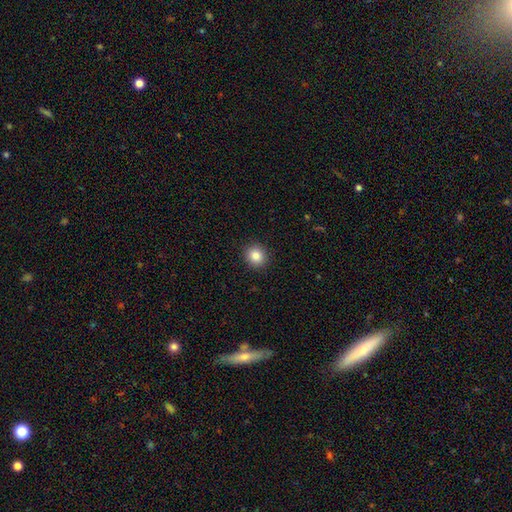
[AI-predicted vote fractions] A smooth galaxy with no disk features (85%) that is round (87%). Merging: none (92%).